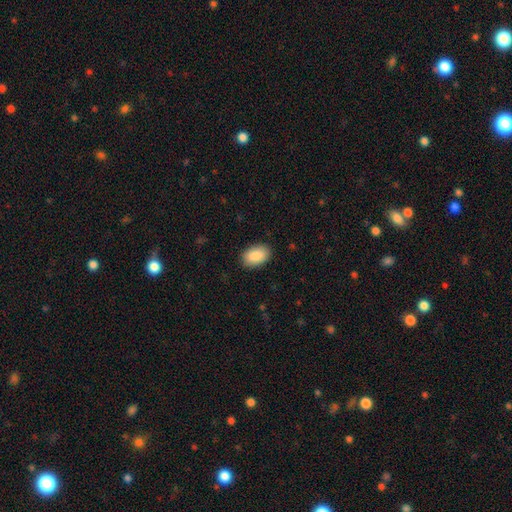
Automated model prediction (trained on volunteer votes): Smooth or featured? Predicted: smooth (p=0.90). How rounded? Predicted: in between (p=0.92). Merging? Predicted: none (p=0.88).